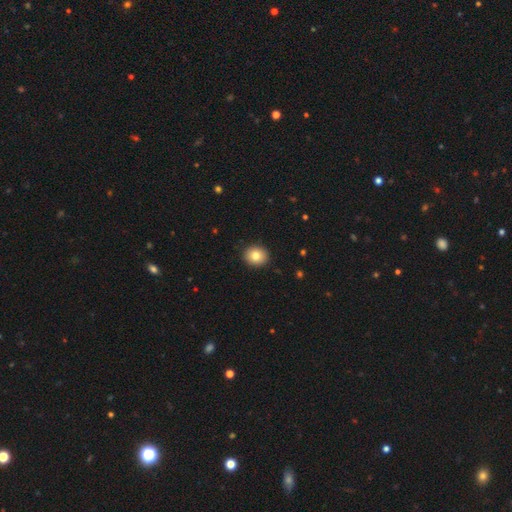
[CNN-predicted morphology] This is clearly a smooth galaxy (81%). How rounded: likely round (76%). Merging: clearly none (92%).